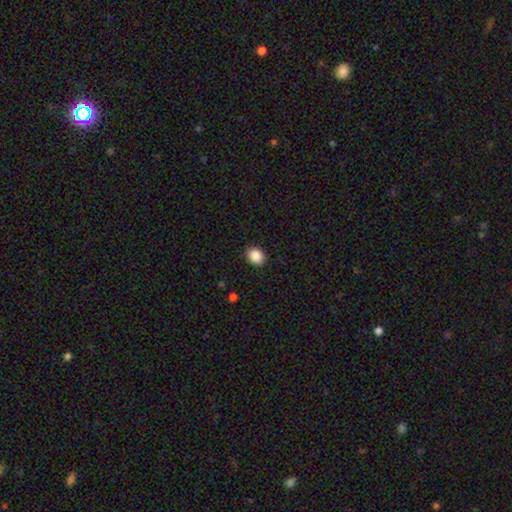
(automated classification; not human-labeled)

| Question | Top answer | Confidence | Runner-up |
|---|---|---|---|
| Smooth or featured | smooth | 88% | star or artifact (9%) |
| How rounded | round | 52% | in between (47%) |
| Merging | none | 90% | minor disturbance (7%) |